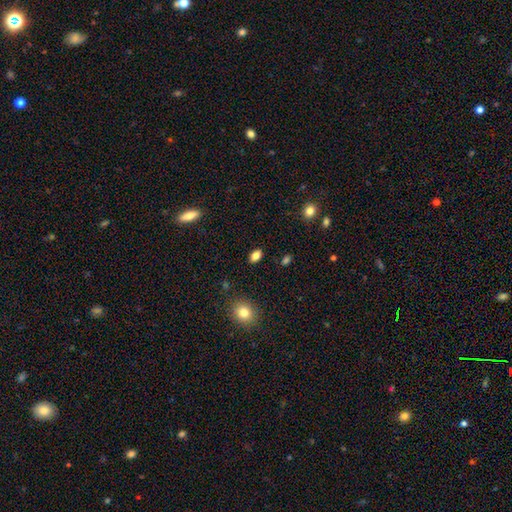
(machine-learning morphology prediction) Overall: smooth (82%). How rounded: in between (87%). Merging: none (87%).